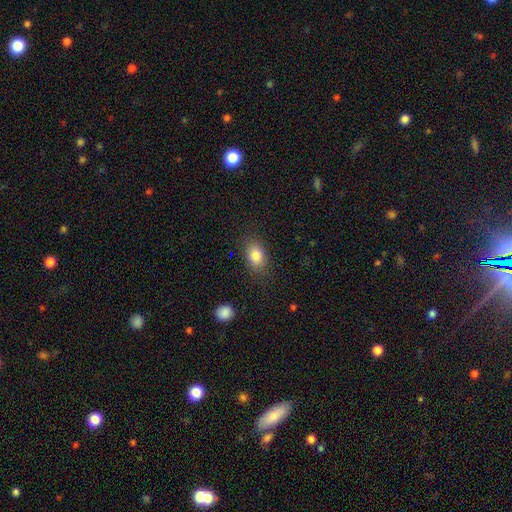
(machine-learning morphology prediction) Q: Smooth or featured?
A: smooth (84%); runner-up: star or artifact (8%)
Q: How rounded?
A: in between (81%); runner-up: round (18%)
Q: Merging?
A: none (82%); runner-up: minor disturbance (13%)